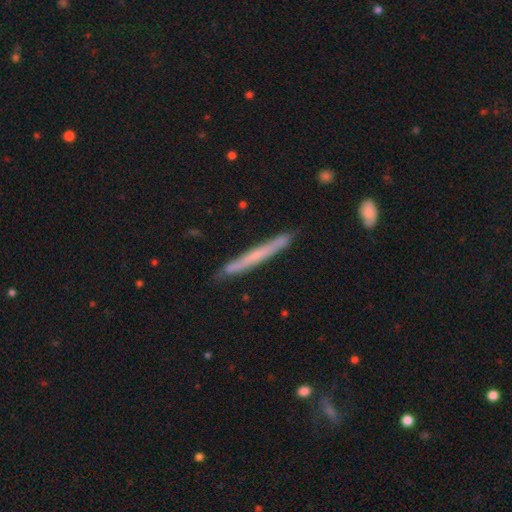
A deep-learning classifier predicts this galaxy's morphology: The model was most divided on "smooth or featured": smooth: 48%, featured or disk: 45%, star or artifact: 7%. More confident: merging — none (88%).